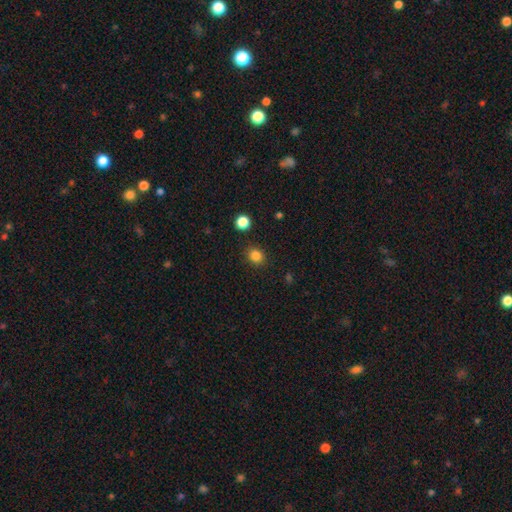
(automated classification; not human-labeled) smooth 84%, star or artifact 12%, featured or disk 4%. Down the decision tree: how rounded — round (73%); merging — none (89%).